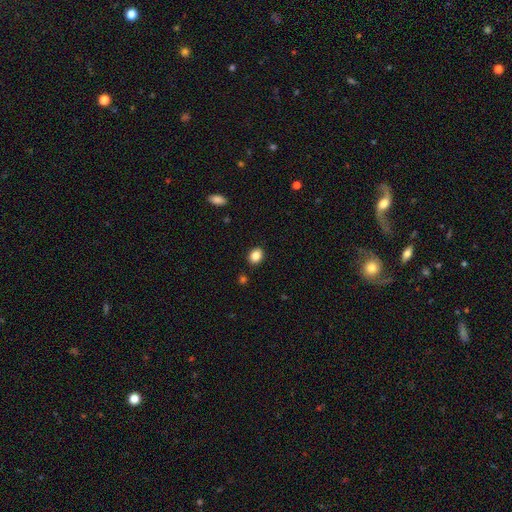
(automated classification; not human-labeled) Smooth or featured? smooth (86%)
How rounded? in between (55%)
Merging? none (89%)